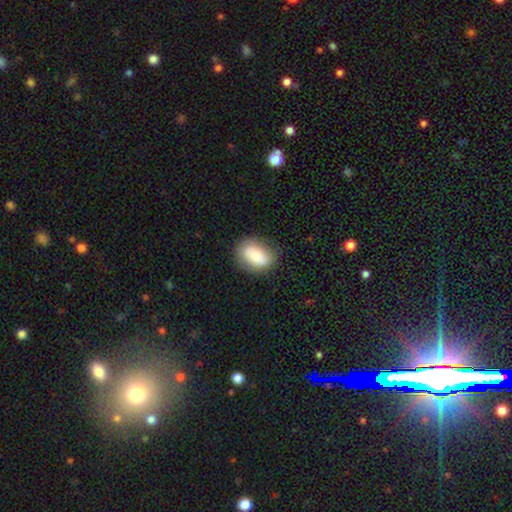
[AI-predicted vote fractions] smooth-or-featured: smooth: 70% | featured or disk: 23% | star or artifact: 7%
  how-rounded: in between: 76% | round: 23% | cigar-shaped: 2%
  merging: none: 79% | minor disturbance: 15% | major disturbance: 4% | merger: 1%